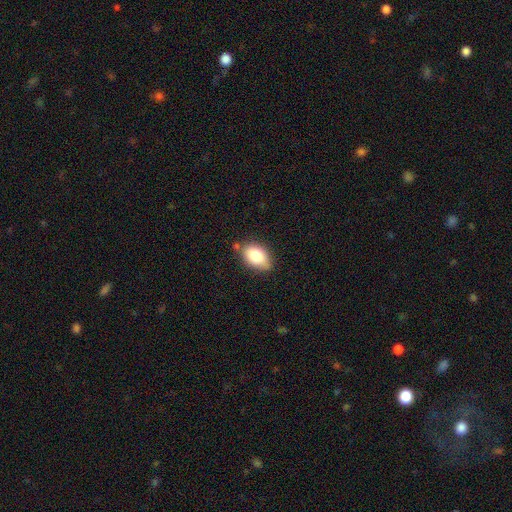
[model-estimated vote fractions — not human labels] smooth_or_featured: smooth (p=0.83) [alt: featured or disk p=0.10]
how_rounded: in between (p=0.90) [alt: round p=0.08]
merging: none (p=0.73) [alt: minor disturbance p=0.19]